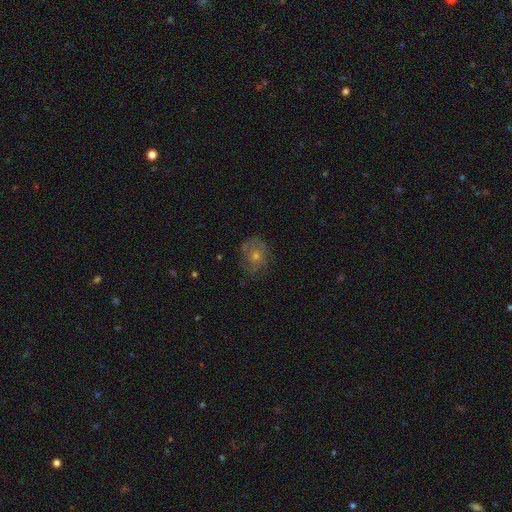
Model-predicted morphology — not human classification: Overall: featured or disk (47%; smooth 37%). Merging: none (72%).